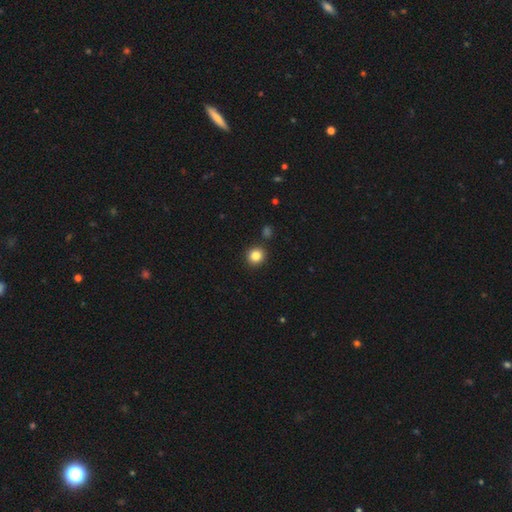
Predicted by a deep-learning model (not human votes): Smooth or featured? Predicted: smooth (p=0.84). How rounded? Predicted: round (p=0.90). Merging? Predicted: none (p=0.89).